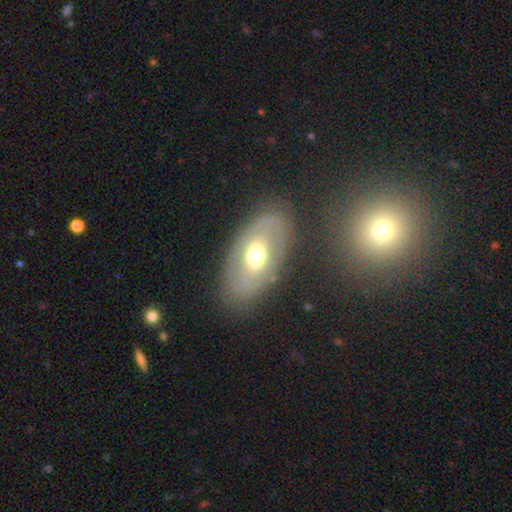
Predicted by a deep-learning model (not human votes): smooth-or-featured: featured or disk: 54% | smooth: 39% | star or artifact: 8%
  disk-edge-on: no: 88% | yes: 12%
  merging: none: 74% | minor disturbance: 15% | major disturbance: 9% | merger: 2%